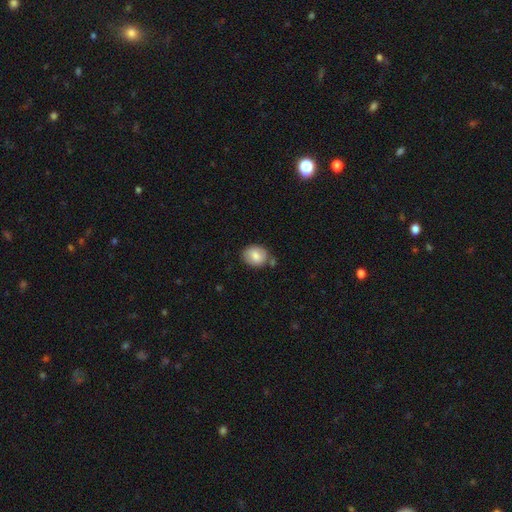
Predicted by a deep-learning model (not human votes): Smooth or featured?
  - smooth: 78% *
  - featured or disk: 14%
  - star or artifact: 7%
How rounded?
  - round: 53% *
  - in between: 46%
  - cigar-shaped: 1%
Merging?
  - none: 73% *
  - minor disturbance: 16%
  - merger: 8%
  - major disturbance: 3%